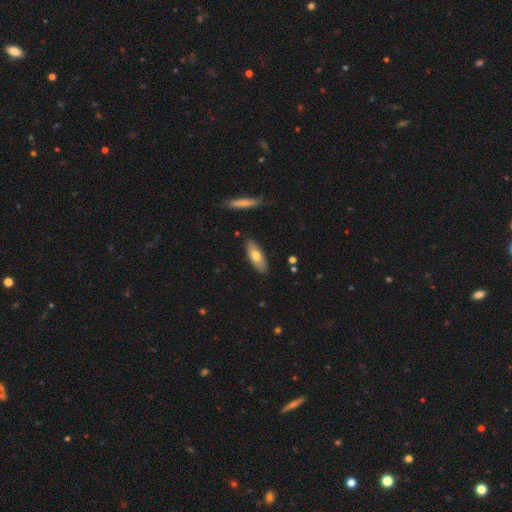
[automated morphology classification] Smooth or featured? smooth (68%)
How rounded? in between (70%)
Merging? none (86%)